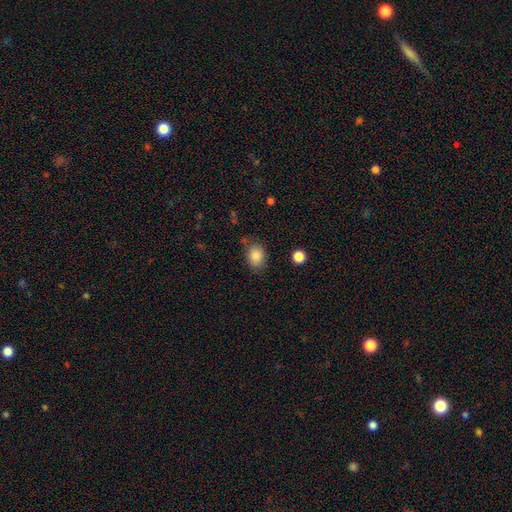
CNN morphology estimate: Smooth or featured? Predicted: smooth (p=0.85). How rounded? Predicted: in between (p=0.63). Merging? Predicted: none (p=0.78).